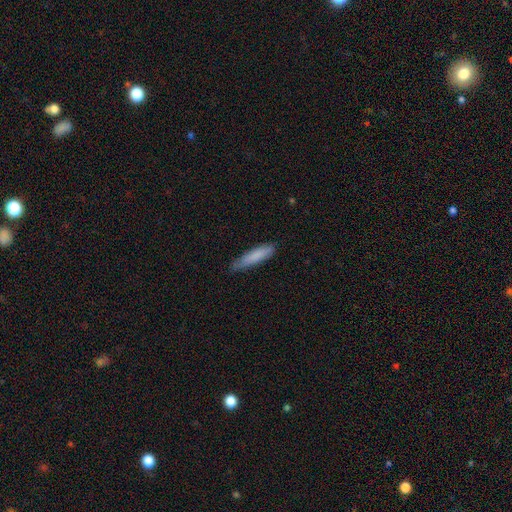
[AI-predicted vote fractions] smooth_or_featured: smooth (p=0.81) [alt: featured or disk p=0.13]
how_rounded: cigar-shaped (p=0.83) [alt: in between p=0.16]
merging: none (p=0.71) [alt: minor disturbance p=0.24]